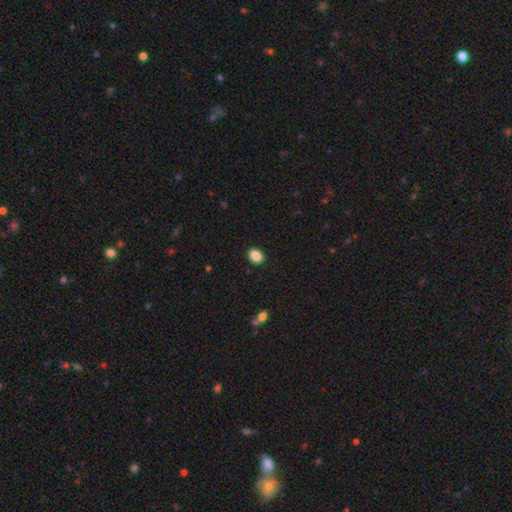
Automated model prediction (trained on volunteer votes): smooth_or_featured: smooth (p=0.89) [alt: star or artifact p=0.08]
how_rounded: in between (p=0.64) [alt: round p=0.35]
merging: none (p=0.90) [alt: minor disturbance p=0.07]